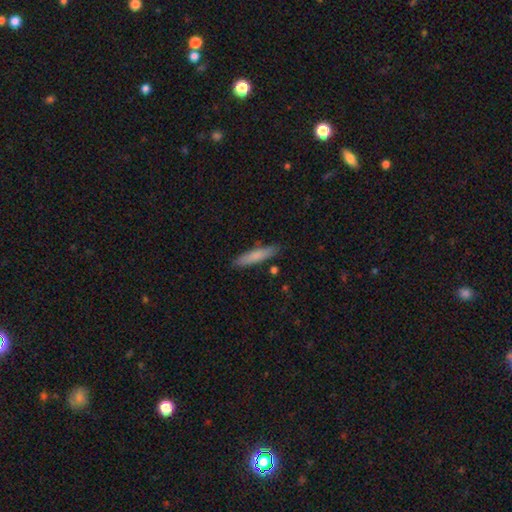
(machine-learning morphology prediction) Smooth or featured?
  - smooth: 77% *
  - featured or disk: 17%
  - star or artifact: 6%
How rounded?
  - cigar-shaped: 88% *
  - in between: 11%
  - round: 1%
Merging?
  - none: 86% *
  - minor disturbance: 10%
  - merger: 2%
  - major disturbance: 2%